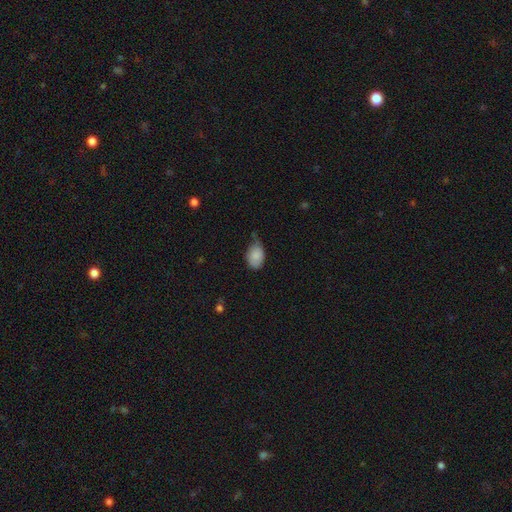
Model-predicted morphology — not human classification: smooth 87%, star or artifact 7%, featured or disk 6%. Down the decision tree: how rounded — in between (83%); merging — none (49%).